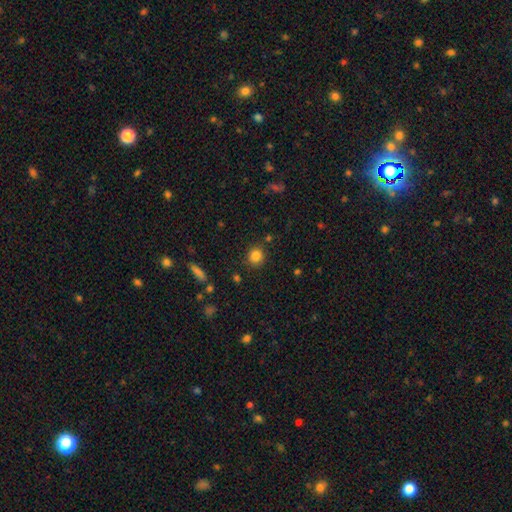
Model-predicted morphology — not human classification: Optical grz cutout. It shows a smooth galaxy with no disk features (83%) that is round (88%). Merging: none (87%).